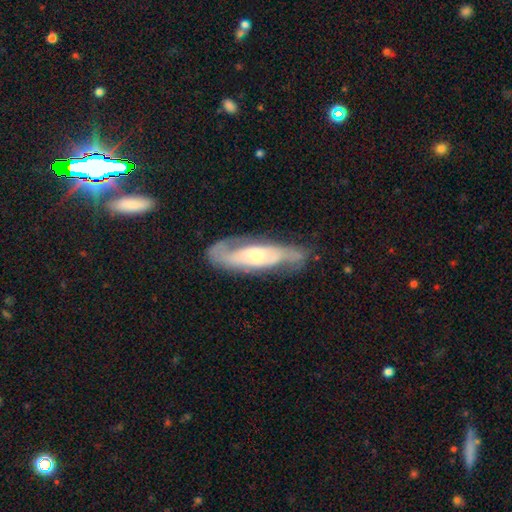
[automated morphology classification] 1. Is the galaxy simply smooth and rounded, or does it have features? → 78% featured or disk, 16% smooth, 5% star or artifact.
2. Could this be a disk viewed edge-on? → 80% no, 20% yes.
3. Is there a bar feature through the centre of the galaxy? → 48% no, 37% weak, 15% strong.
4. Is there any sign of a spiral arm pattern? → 89% yes, 11% no.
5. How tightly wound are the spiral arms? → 45% medium, 33% tight, 22% loose.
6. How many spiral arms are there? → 74% 2, 17% can't tell, 5% 1, 2% 3, 1% 4, 1% more than 4.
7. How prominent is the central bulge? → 53% moderate, 36% small, 8% large, 2% none, 1% dominant.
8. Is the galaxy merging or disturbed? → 68% none, 21% minor disturbance, 9% major disturbance, 2% merger.